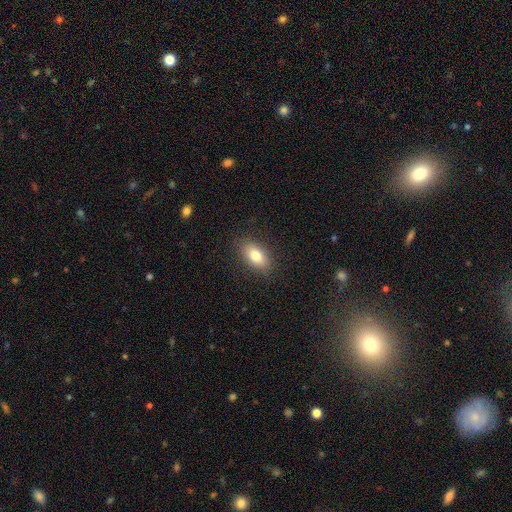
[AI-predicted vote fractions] This is likely a smooth galaxy (78%). How rounded: clearly in between (88%). Merging: clearly none (87%).